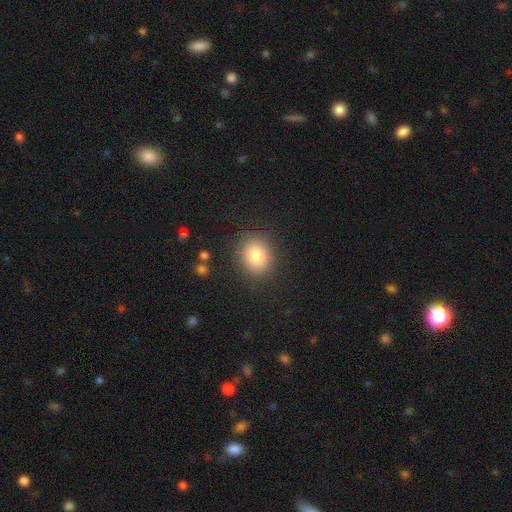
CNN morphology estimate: A smooth galaxy with no disk features (80%) that is round (60%).

Vote fractions:
- Smooth or featured? smooth: 80% / star or artifact: 10% / featured or disk: 9%
- How rounded? round: 60% / in between: 39% / cigar-shaped: 1%
- Merging? none: 86% / minor disturbance: 9% / major disturbance: 3% / merger: 1%